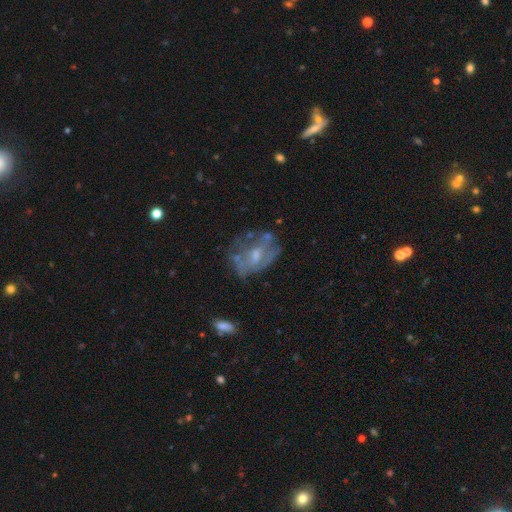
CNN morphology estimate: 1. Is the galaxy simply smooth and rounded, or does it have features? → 64% featured or disk, 26% smooth, 10% star or artifact.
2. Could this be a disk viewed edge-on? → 96% no, 4% yes.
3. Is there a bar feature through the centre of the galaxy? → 56% no, 35% weak, 9% strong.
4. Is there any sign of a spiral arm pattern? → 68% no, 32% yes.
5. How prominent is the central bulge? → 41% moderate, 40% small, 15% none, 3% large, 1% dominant.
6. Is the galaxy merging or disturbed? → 46% none, 25% minor disturbance, 23% major disturbance, 6% merger.